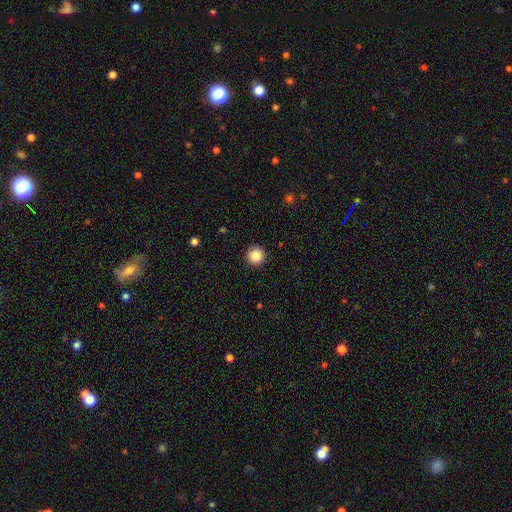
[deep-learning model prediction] Overall: smooth (86%). How rounded: round (96%). Merging: none (93%).